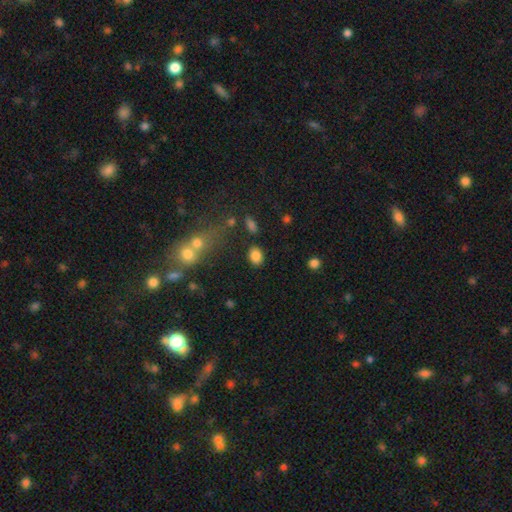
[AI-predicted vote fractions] Morphology: type=smooth (85%); roundness=in between (68%); merging=none (83%).